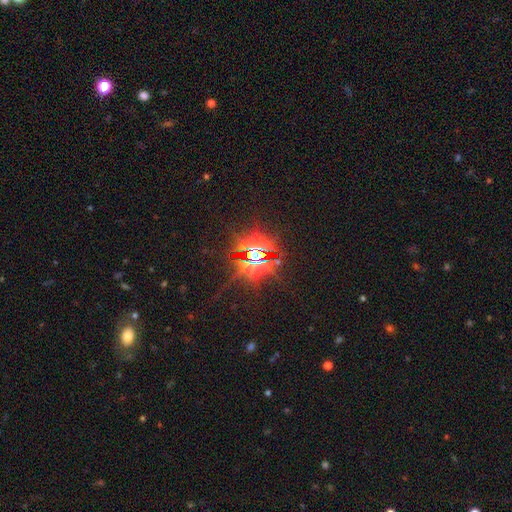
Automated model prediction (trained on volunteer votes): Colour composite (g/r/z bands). It shows a star or artifact, not a galaxy (85%).